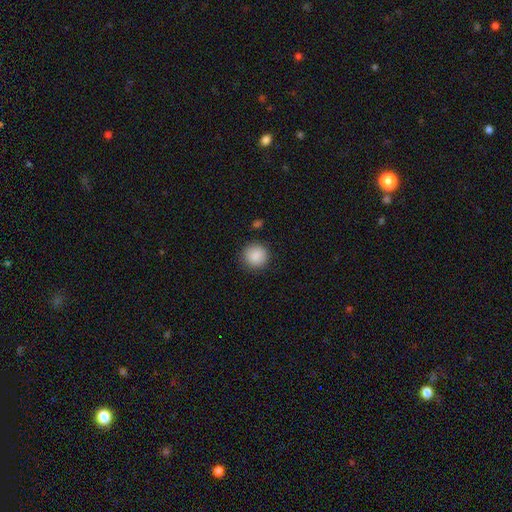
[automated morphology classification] smooth-or-featured: smooth: 88% | star or artifact: 8% | featured or disk: 4%
  how-rounded: round: 93% | in between: 6% | cigar-shaped: 1%
  merging: none: 89% | minor disturbance: 7% | major disturbance: 2% | merger: 1%